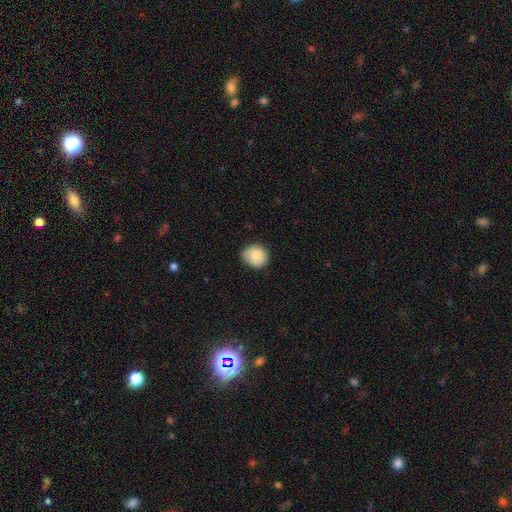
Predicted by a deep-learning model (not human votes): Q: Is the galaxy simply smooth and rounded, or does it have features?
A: smooth — 81%.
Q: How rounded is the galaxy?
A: round — 82%.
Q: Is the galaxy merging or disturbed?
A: none — 73%.